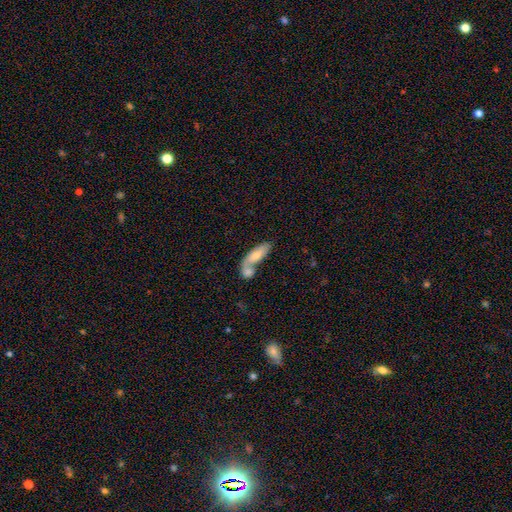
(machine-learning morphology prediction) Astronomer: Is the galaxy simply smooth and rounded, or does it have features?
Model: smooth — 70%.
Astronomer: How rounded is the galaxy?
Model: in between — 66%.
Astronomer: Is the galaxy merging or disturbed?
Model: merger — 59%.